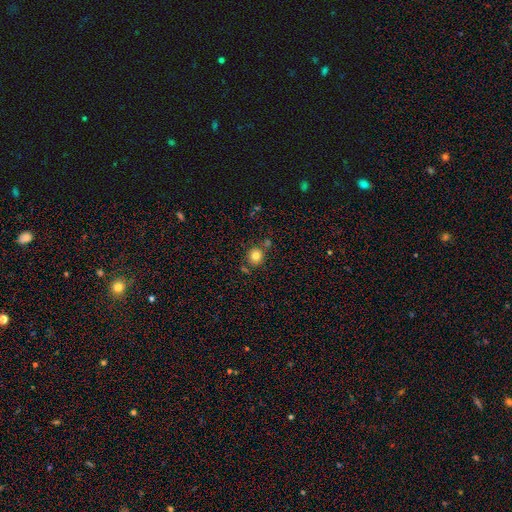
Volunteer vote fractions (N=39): Overall: smooth (85%). How rounded: round (97%). Merging: none (75%).